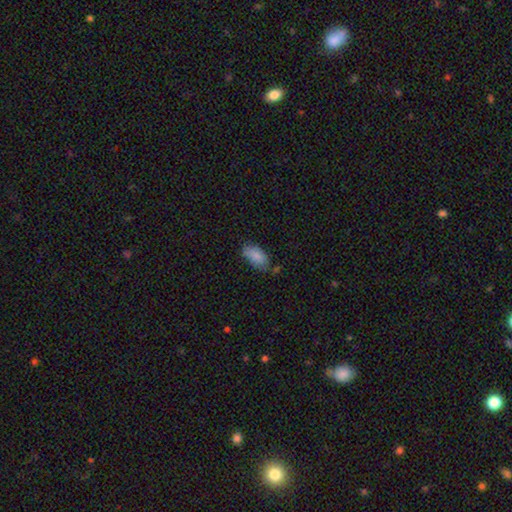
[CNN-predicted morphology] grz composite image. It shows a smooth galaxy with no disk features (87%) that is in between round and cigar-shaped (92%). Merging: none (65%).